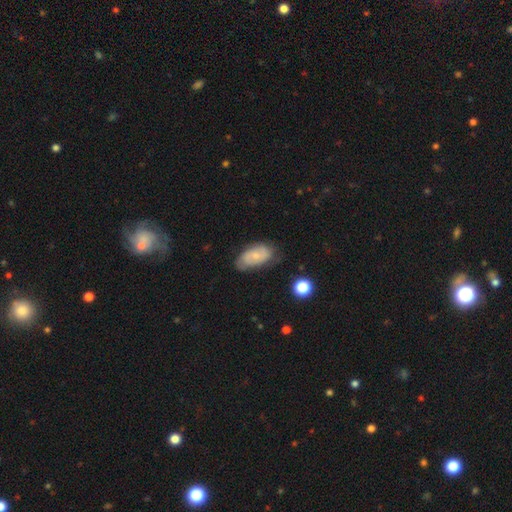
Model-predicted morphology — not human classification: This is possibly a featured or disk galaxy (49%). Merging: likely none (63%).